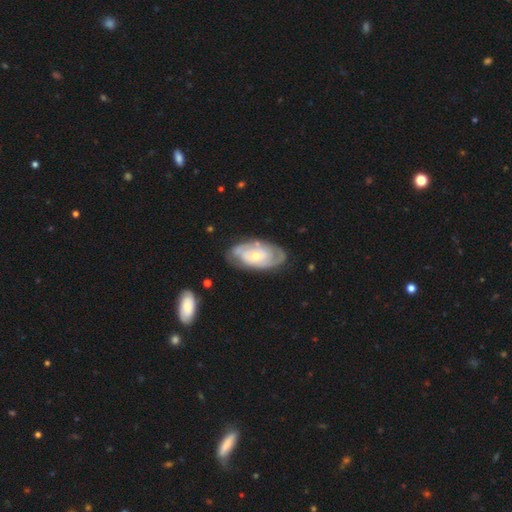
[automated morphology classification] Smooth or featured?
  - featured or disk: 76% *
  - smooth: 19%
  - star or artifact: 5%
Edge-on disk?
  - no: 94% *
  - yes: 6%
Bar?
  - no: 72% *
  - weak: 23%
  - strong: 5%
Spiral arms?
  - yes: 84% *
  - no: 16%
Spiral winding?
  - tight: 65% *
  - medium: 27%
  - loose: 9%
Spiral arm count?
  - can't tell: 40% *
  - 2: 39%
  - 3: 10%
  - 1: 5%
  - 4: 3%
  - more than 4: 3%
Bulge size?
  - small: 54% *
  - moderate: 42%
  - large: 2%
  - none: 1%
  - dominant: 1%
Merging?
  - none: 71% *
  - minor disturbance: 20%
  - major disturbance: 6%
  - merger: 2%